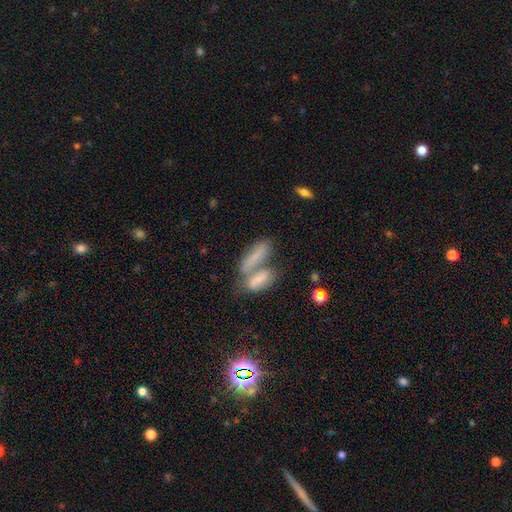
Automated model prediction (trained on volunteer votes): Smooth or featured: smooth — 69% (featured or disk — 22%)
How rounded: cigar-shaped — 48% (in between — 47%)
Merging: merger — 63% (none — 24%)